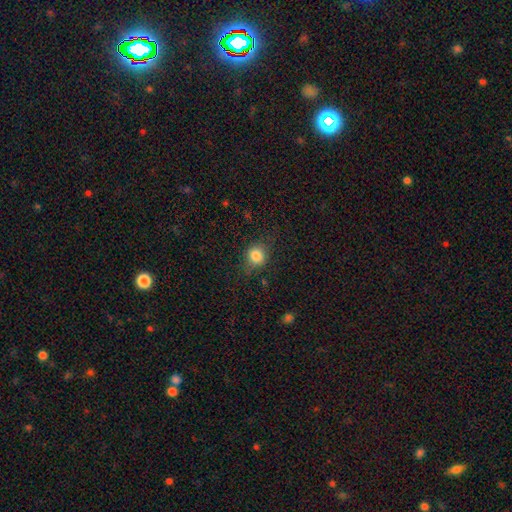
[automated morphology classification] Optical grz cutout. It shows a smooth galaxy with no disk features (82%) that is round (74%). Merging: none (75%).